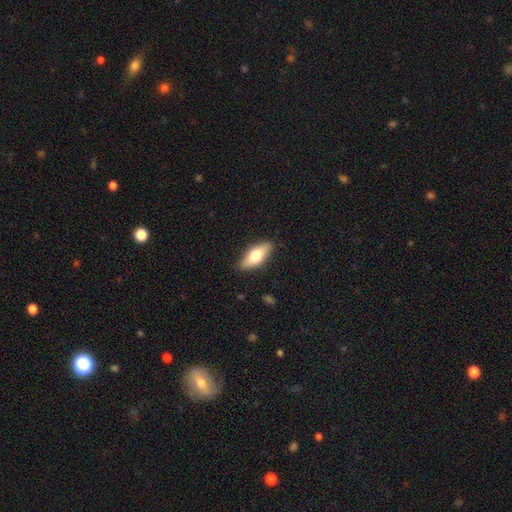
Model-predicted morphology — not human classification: A smooth galaxy with no disk features (63%) that is in between round and cigar-shaped (75%).

Vote fractions:
- Smooth or featured? smooth: 63% / featured or disk: 31% / star or artifact: 6%
- How rounded? in between: 75% / cigar-shaped: 22% / round: 3%
- Merging? none: 86% / minor disturbance: 11% / major disturbance: 2% / merger: 1%